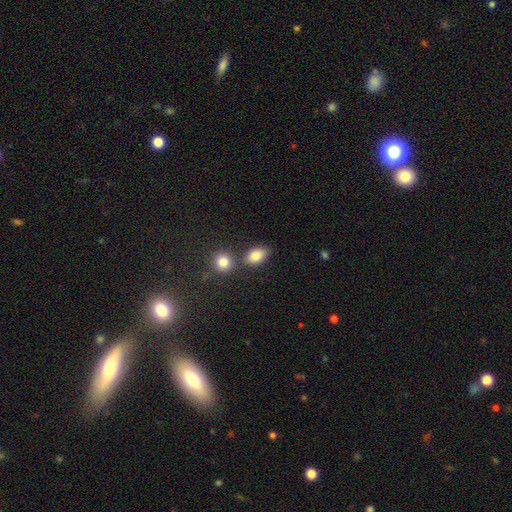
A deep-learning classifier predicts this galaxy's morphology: Smooth or featured?
  - smooth: 83% *
  - star or artifact: 9%
  - featured or disk: 8%
How rounded?
  - in between: 83% *
  - round: 15%
  - cigar-shaped: 2%
Merging?
  - none: 68% *
  - merger: 16%
  - minor disturbance: 12%
  - major disturbance: 3%